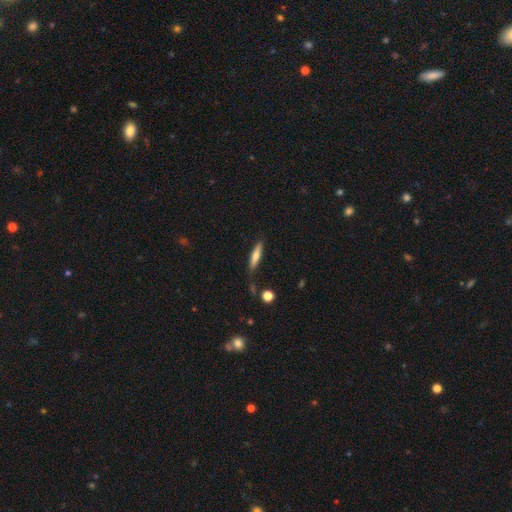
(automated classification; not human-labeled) Smooth or featured? Predicted: smooth (p=0.63). How rounded? Predicted: cigar-shaped (p=0.84). Merging? Predicted: none (p=0.81).